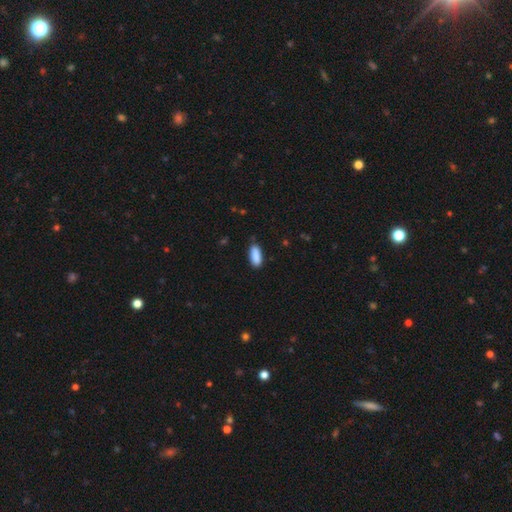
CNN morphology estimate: smooth-or-featured: smooth: 90% | star or artifact: 6% | featured or disk: 4%
  how-rounded: in between: 81% | cigar-shaped: 17% | round: 2%
  merging: none: 84% | minor disturbance: 12% | major disturbance: 2% | merger: 1%